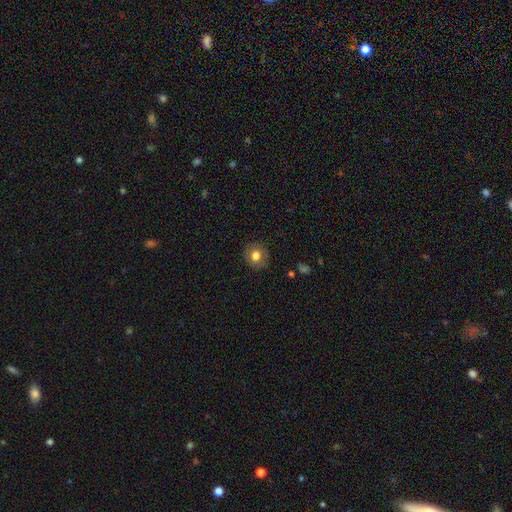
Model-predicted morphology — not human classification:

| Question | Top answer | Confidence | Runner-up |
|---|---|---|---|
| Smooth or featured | smooth | 74% | featured or disk (17%) |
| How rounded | round | 82% | in between (17%) |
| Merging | none | 87% | minor disturbance (9%) |